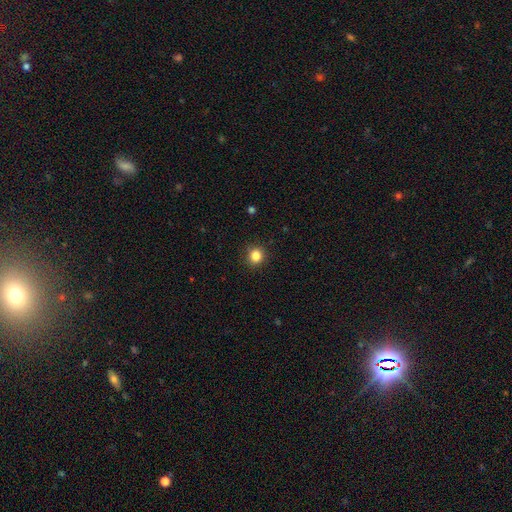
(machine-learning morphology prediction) Q: Smooth or featured?
A: smooth (85%); runner-up: star or artifact (11%)
Q: How rounded?
A: round (83%); runner-up: in between (16%)
Q: Merging?
A: none (89%); runner-up: minor disturbance (7%)